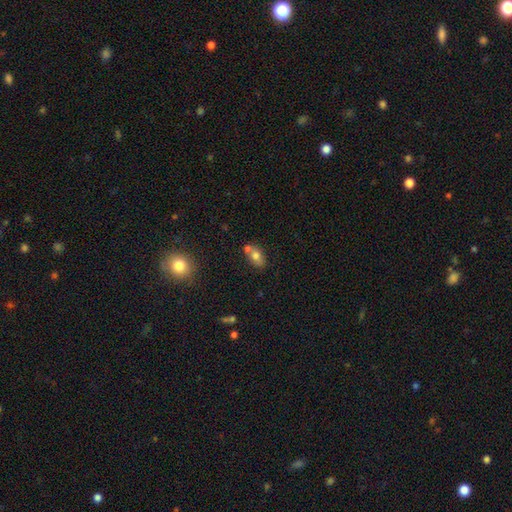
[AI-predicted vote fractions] Smooth or featured? smooth (73%)
How rounded? in between (80%)
Merging? none (45%)